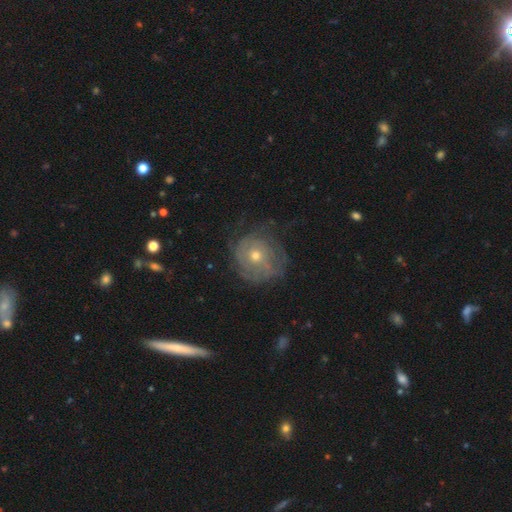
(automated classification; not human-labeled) The model was most divided on "bulge size": moderate: 51%, small: 46%, large: 2%, none: 1%, dominant: 1%. More confident: edge-on disk — no (96%); bar — no (83%); spiral arms — yes (75%); smooth or featured — featured or disk (65%); merging — none (64%).